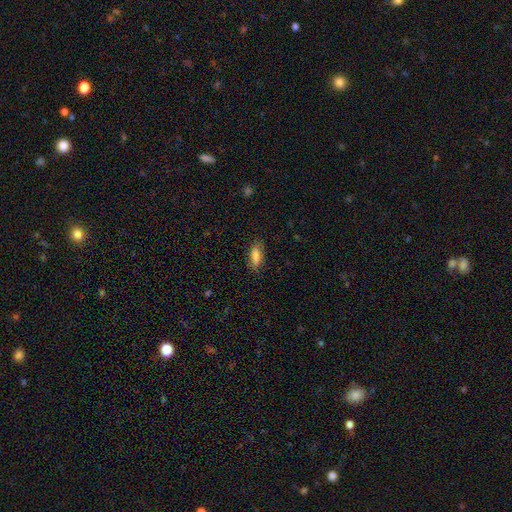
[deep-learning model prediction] smooth 83%, featured or disk 10%, star or artifact 7%. Down the decision tree: how rounded — in between (61%); merging — none (82%).